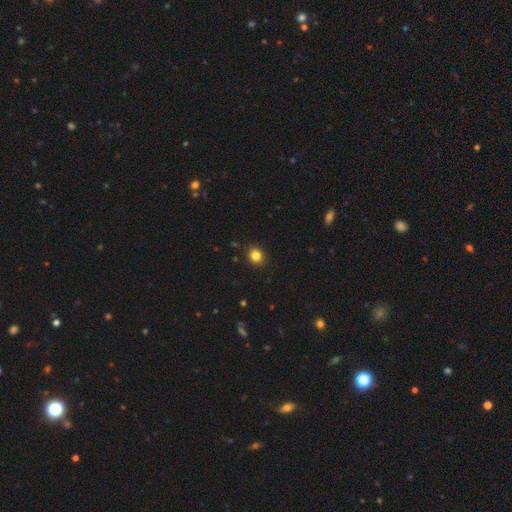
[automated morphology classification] Smooth or featured: smooth — 84% (star or artifact — 12%)
How rounded: round — 74% (in between — 25%)
Merging: none — 91% (minor disturbance — 7%)